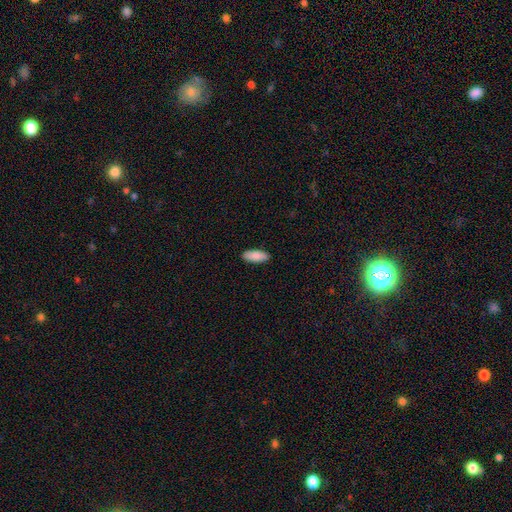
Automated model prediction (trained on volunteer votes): Smooth or featured? smooth (88%)
How rounded? in between (78%)
Merging? none (90%)